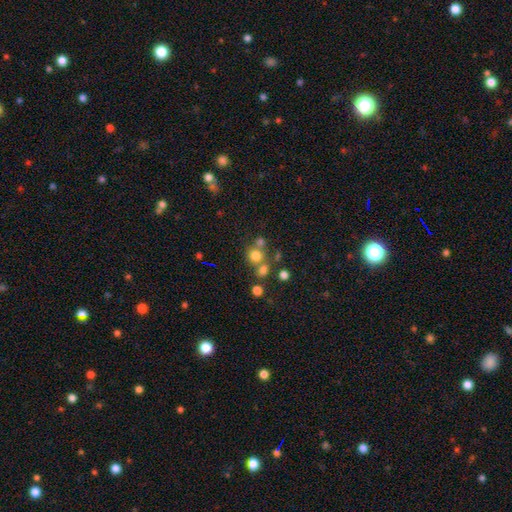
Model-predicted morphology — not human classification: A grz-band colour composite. It shows a smooth galaxy with no disk features (72%) that is round (87%). Merging: none (57%).